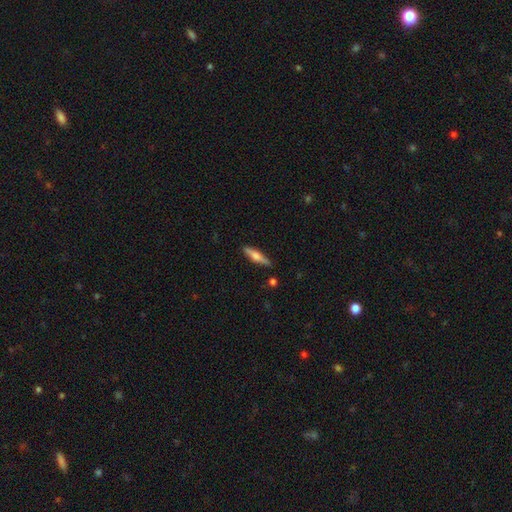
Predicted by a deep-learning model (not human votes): smooth-or-featured: featured or disk: 51% | smooth: 43% | star or artifact: 6%
  disk-edge-on: yes: 96% | no: 4%
  merging: none: 86% | minor disturbance: 10% | major disturbance: 2% | merger: 2%